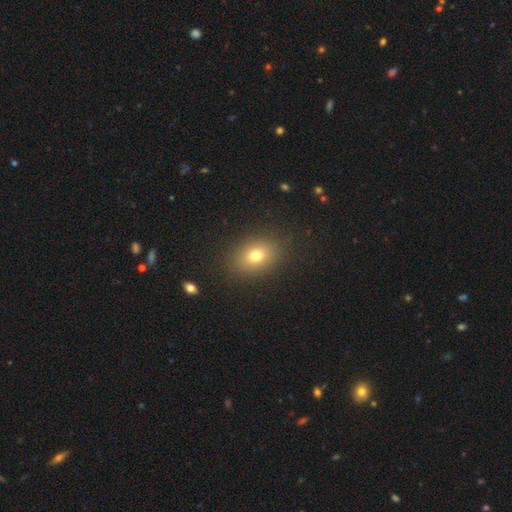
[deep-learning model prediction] A smooth galaxy with no disk features (75%) that is in between round and cigar-shaped (68%).

Vote fractions:
- Smooth or featured? smooth: 75% / star or artifact: 13% / featured or disk: 12%
- How rounded? in between: 68% / round: 31% / cigar-shaped: 1%
- Merging? none: 87% / minor disturbance: 9% / major disturbance: 3% / merger: 1%